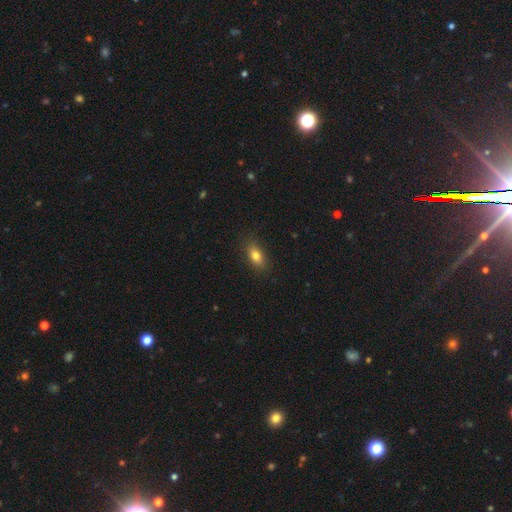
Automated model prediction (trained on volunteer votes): A smooth galaxy with no disk features (80%) that is in between round and cigar-shaped (83%). Merging: none (86%).